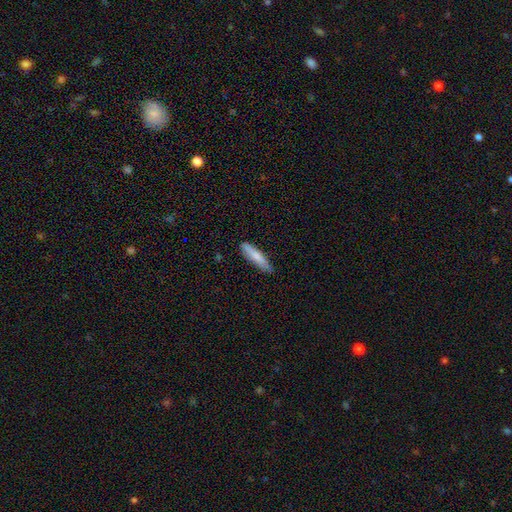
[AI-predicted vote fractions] smooth 77%, featured or disk 18%, star or artifact 6%. Down the decision tree: how rounded — cigar-shaped (79%); merging — none (76%).